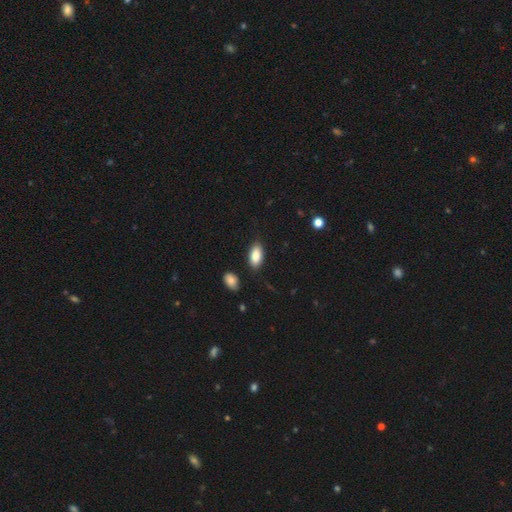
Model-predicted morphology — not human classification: Q: Smooth or featured?
A: smooth (87%); runner-up: star or artifact (7%)
Q: How rounded?
A: in between (91%); runner-up: cigar-shaped (6%)
Q: Merging?
A: none (83%); runner-up: minor disturbance (11%)